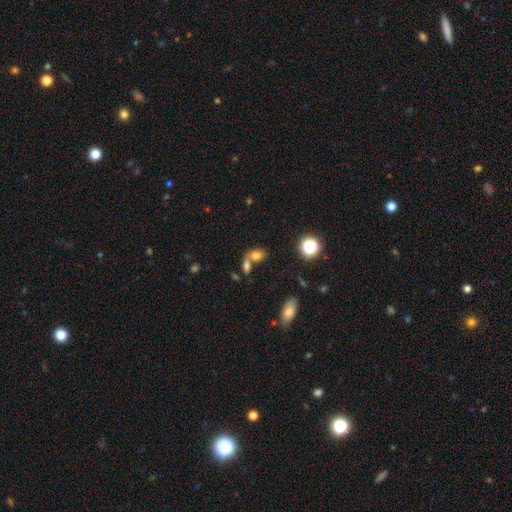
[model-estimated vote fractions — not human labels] Morphology: type=smooth (73%); roundness=in between (74%); merging=merger (54%).